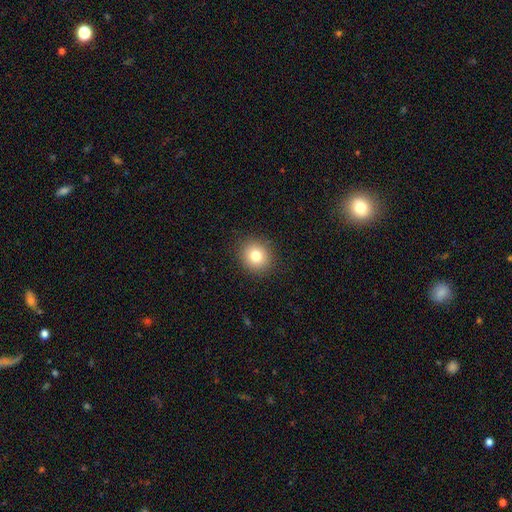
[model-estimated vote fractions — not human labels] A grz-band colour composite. It shows a smooth galaxy with no disk features (80%) that is round (83%). Merging: none (90%).